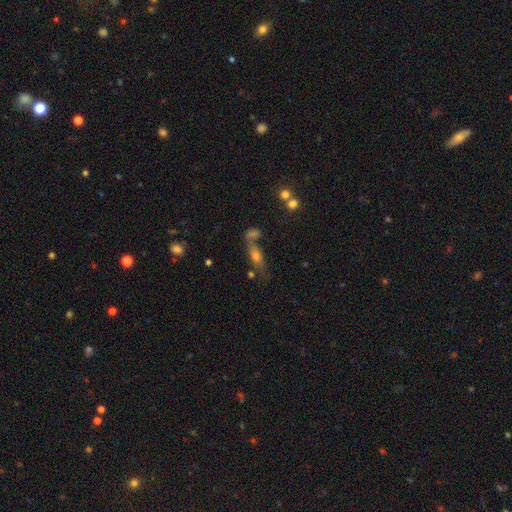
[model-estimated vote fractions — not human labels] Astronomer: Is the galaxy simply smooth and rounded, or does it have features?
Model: smooth — 48% (runner-up: featured or disk, 33%).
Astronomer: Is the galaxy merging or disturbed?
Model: none — 40% (runner-up: merger, 37%).